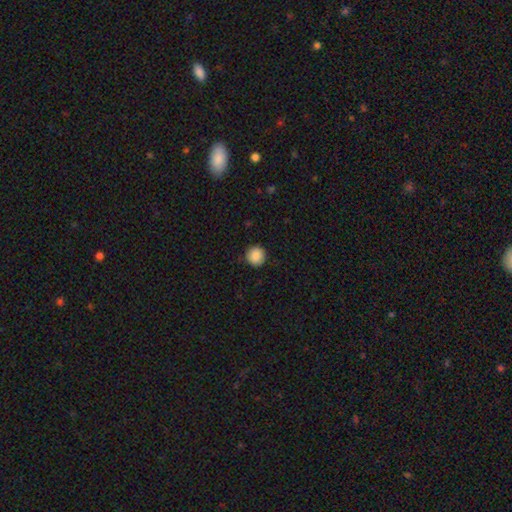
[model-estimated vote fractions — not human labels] Smooth or featured? Predicted: smooth (p=0.89). How rounded? Predicted: round (p=0.94). Merging? Predicted: none (p=0.89).